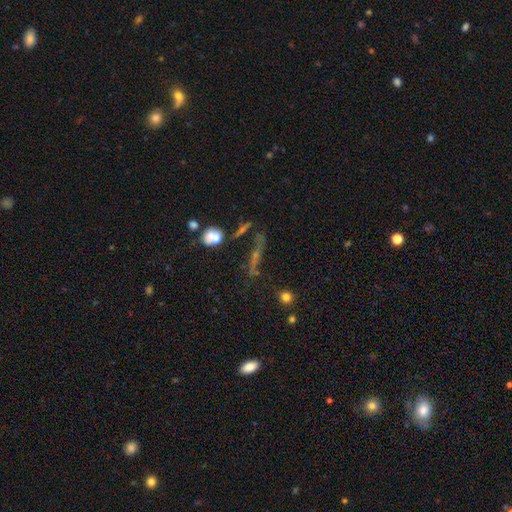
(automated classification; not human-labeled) Q: Smooth or featured?
A: featured or disk (41%); runner-up: star or artifact (32%)
Q: Merging?
A: none (58%); runner-up: minor disturbance (15%)